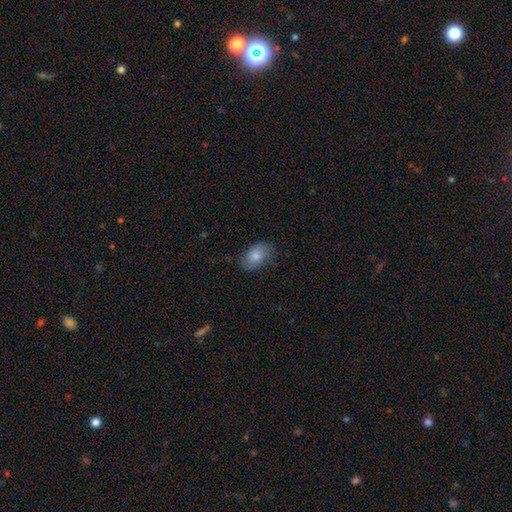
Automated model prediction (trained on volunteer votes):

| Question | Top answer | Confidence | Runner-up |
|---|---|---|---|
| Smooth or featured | smooth | 78% | featured or disk (15%) |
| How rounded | in between | 88% | round (10%) |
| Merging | none | 75% | minor disturbance (20%) |